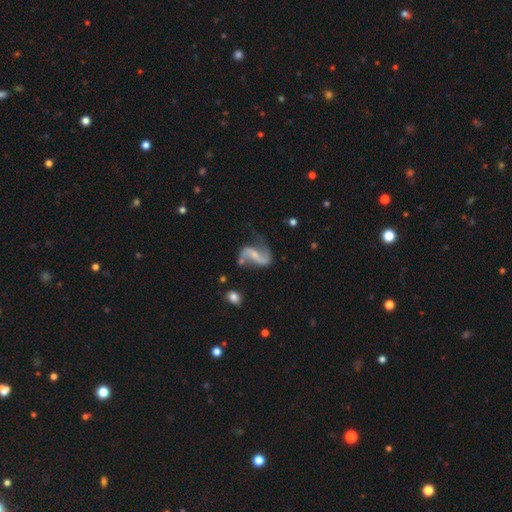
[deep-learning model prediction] The model was most divided on "bar": weak: 42%, no: 30%, strong: 28%. Remaining: edge-on disk — no (97%); spiral arms — yes (95%); spiral arm count — 2 (91%); smooth or featured — featured or disk (86%); spiral winding — loose (75%); merging — none (52%); bulge size — small (49%).